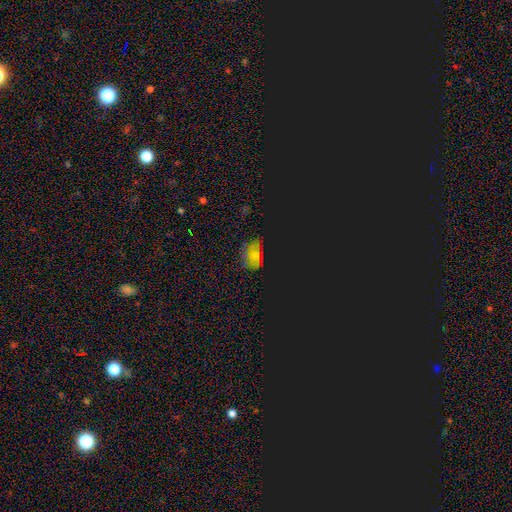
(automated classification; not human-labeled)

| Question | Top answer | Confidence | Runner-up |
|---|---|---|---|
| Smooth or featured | star or artifact | 54% | smooth (35%) |